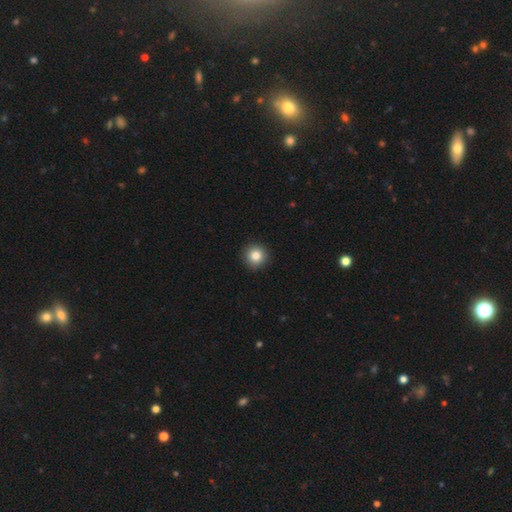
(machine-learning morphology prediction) smooth 84%, star or artifact 10%, featured or disk 6%. Down the decision tree: how rounded — round (94%); merging — none (92%).